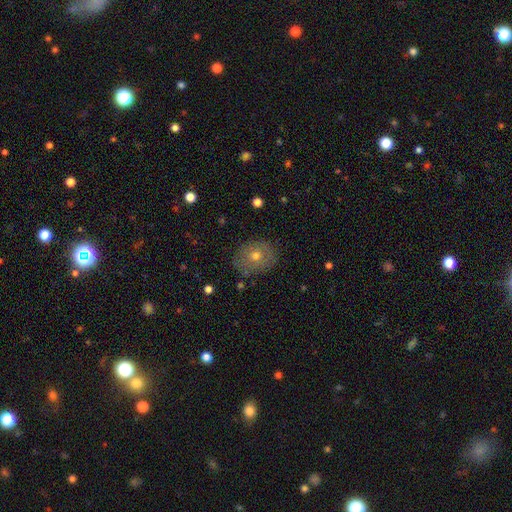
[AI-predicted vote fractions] This is likely a smooth galaxy (63%). How rounded: possibly round (52%). Merging: clearly none (82%).